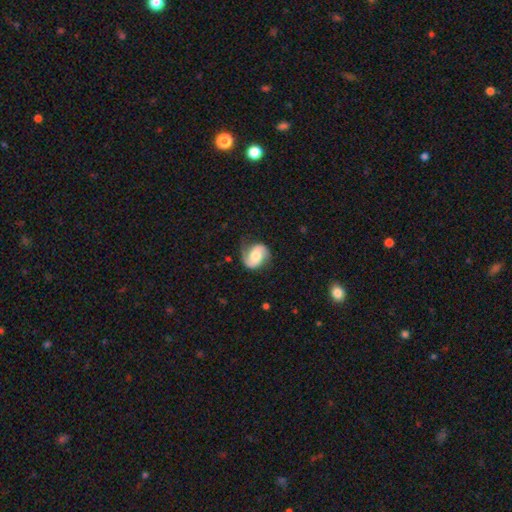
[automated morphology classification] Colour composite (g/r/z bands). It shows a featured or disk galaxy (74%) with no bar (54%), 2 (86%) medium (44%) spiral arms (95%) and a moderate central bulge (55%). Merging: none (70%).